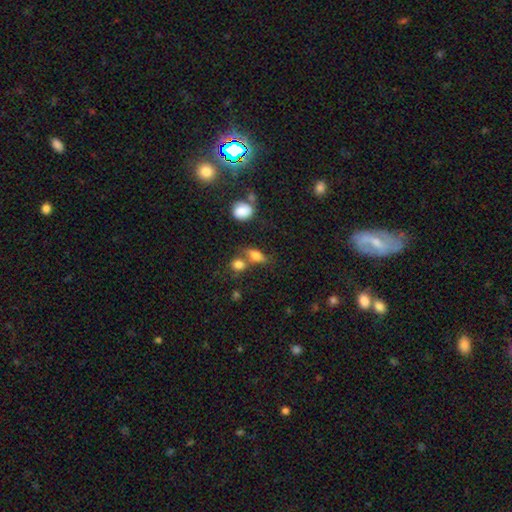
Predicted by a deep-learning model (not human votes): A smooth galaxy with no disk features (71%) that is in between round and cigar-shaped (68%). Merging: none (51%).